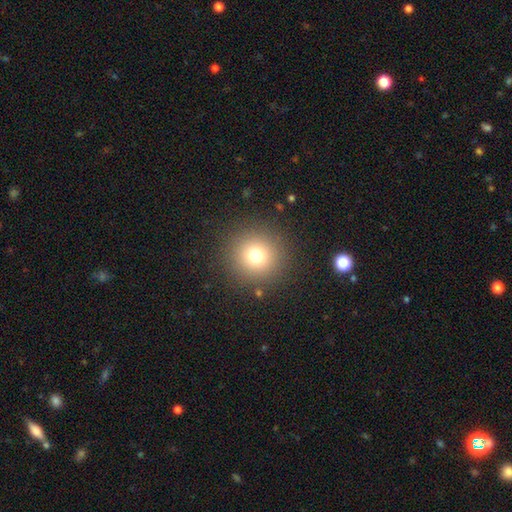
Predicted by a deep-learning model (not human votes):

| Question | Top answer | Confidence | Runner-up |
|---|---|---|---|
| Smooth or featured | smooth | 75% | star or artifact (16%) |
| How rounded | round | 95% | in between (4%) |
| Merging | none | 89% | minor disturbance (6%) |